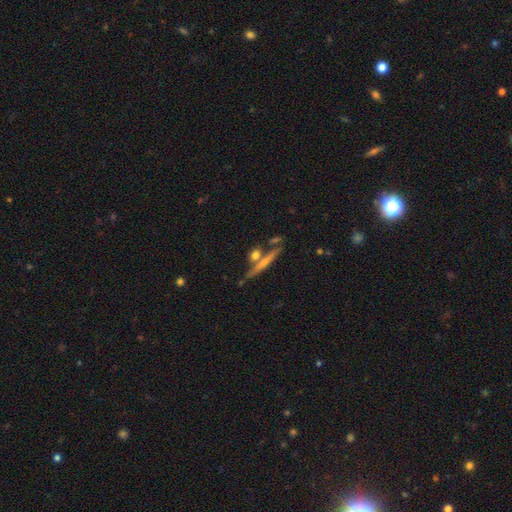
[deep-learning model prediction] smooth-or-featured: smooth: 48% | featured or disk: 44% | star or artifact: 9%
  merging: none: 63% | merger: 22% | minor disturbance: 11% | major disturbance: 4%